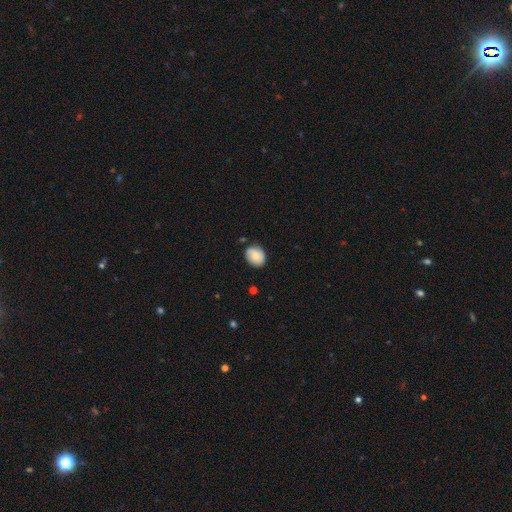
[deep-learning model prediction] smooth_or_featured: smooth (p=0.73) [alt: featured or disk p=0.20]
how_rounded: round (p=0.52) [alt: in between p=0.47]
merging: none (p=0.75) [alt: minor disturbance p=0.19]